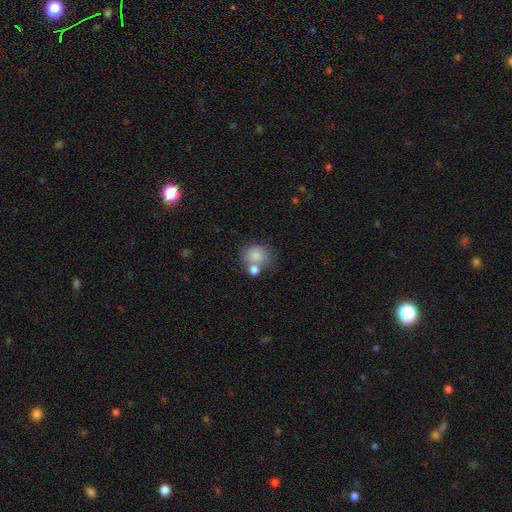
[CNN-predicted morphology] Smooth or featured: smooth — 81% (featured or disk — 10%)
How rounded: round — 71% (in between — 28%)
Merging: none — 43% (merger — 36%)